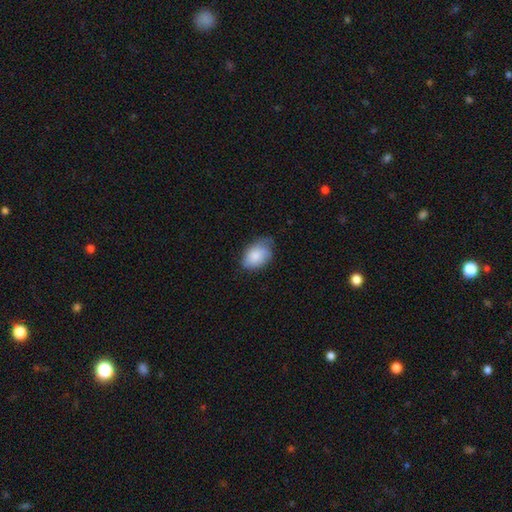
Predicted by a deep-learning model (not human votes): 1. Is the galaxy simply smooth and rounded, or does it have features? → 83% smooth, 11% featured or disk, 7% star or artifact.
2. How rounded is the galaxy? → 85% in between, 14% round, 1% cigar-shaped.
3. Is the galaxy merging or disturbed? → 49% none, 39% minor disturbance, 10% major disturbance, 1% merger.